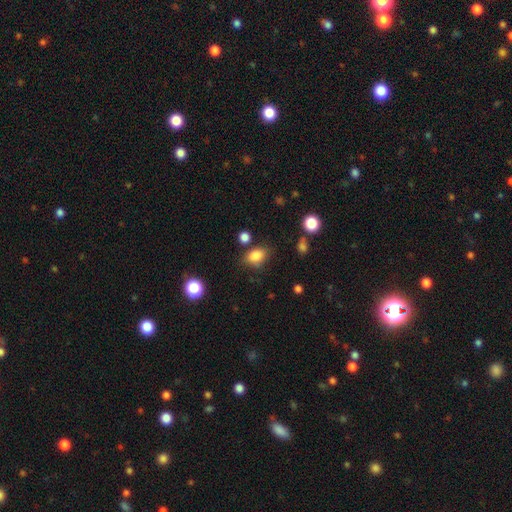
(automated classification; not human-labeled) smooth_or_featured: smooth (p=0.84) [alt: star or artifact p=0.11]
how_rounded: in between (p=0.72) [alt: round p=0.26]
merging: none (p=0.72) [alt: minor disturbance p=0.18]